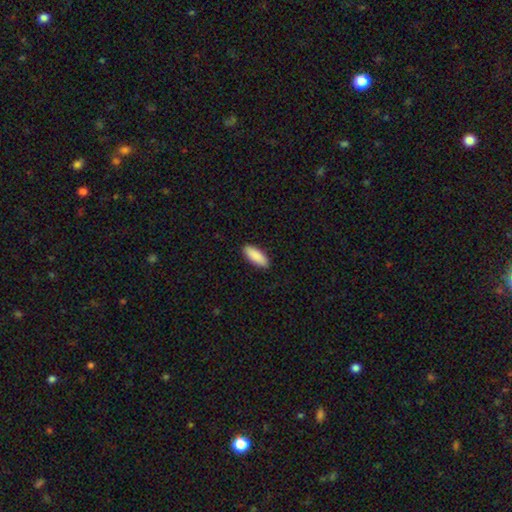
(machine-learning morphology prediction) Smooth or featured?
  - smooth: 90% *
  - star or artifact: 5%
  - featured or disk: 5%
How rounded?
  - in between: 73% *
  - cigar-shaped: 25%
  - round: 2%
Merging?
  - none: 91% *
  - minor disturbance: 7%
  - major disturbance: 2%
  - merger: 1%